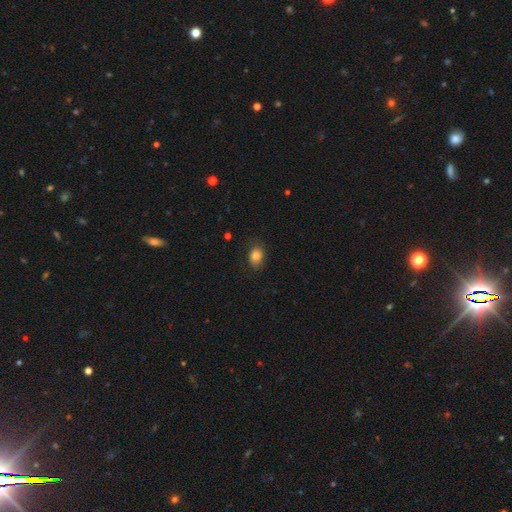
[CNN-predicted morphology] Smooth or featured? Predicted: smooth (p=0.82). How rounded? Predicted: in between (p=0.65). Merging? Predicted: none (p=0.77).